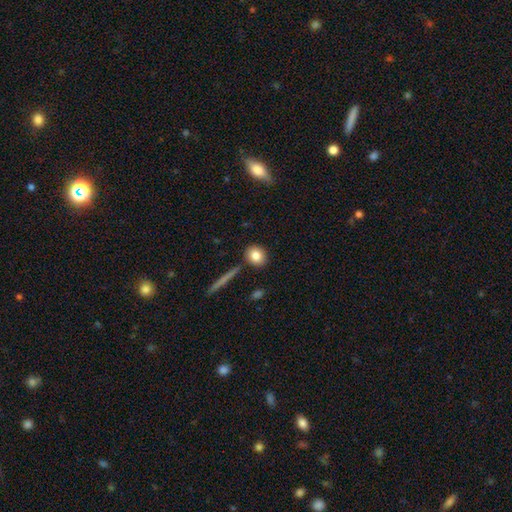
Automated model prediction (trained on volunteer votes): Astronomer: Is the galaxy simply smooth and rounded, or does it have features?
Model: smooth — 82%.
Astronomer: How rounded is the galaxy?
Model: round — 75%.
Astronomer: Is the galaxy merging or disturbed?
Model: none — 84%.